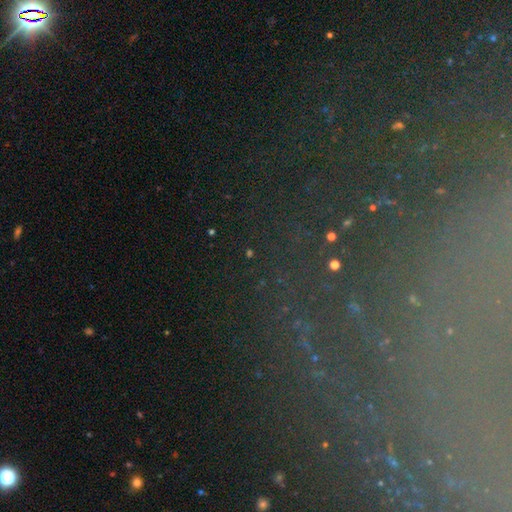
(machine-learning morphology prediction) smooth-or-featured: star or artifact: 62% | featured or disk: 23% | smooth: 15%